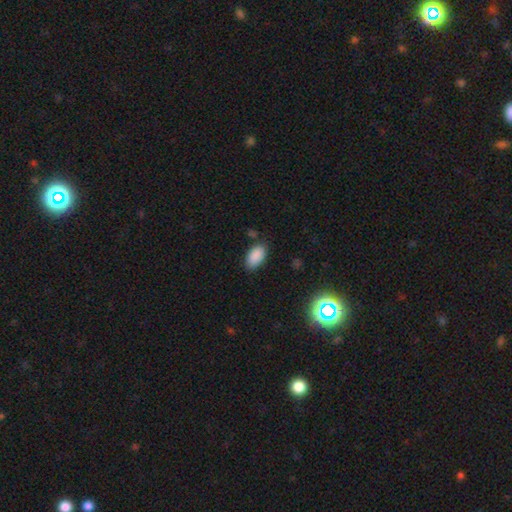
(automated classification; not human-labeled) smooth_or_featured: smooth (p=0.88) [alt: star or artifact p=0.09]
how_rounded: in between (p=0.94) [alt: round p=0.04]
merging: none (p=0.80) [alt: minor disturbance p=0.15]